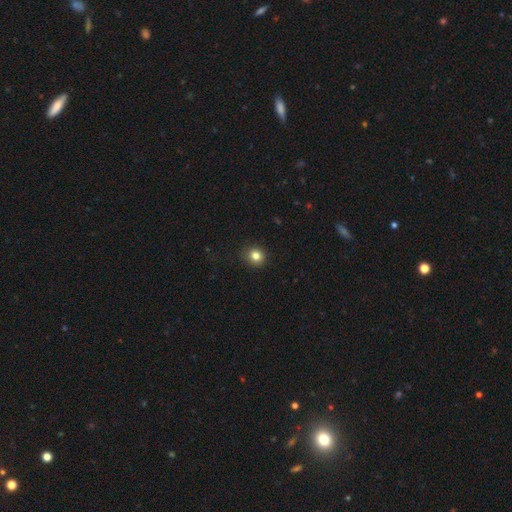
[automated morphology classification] This is clearly a smooth galaxy (82%). How rounded: clearly round (86%). Merging: clearly none (90%).